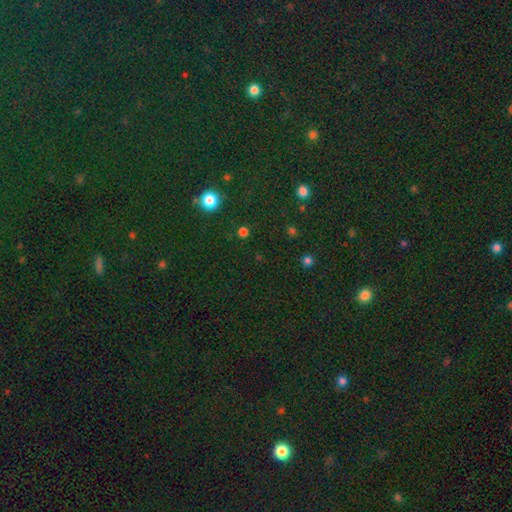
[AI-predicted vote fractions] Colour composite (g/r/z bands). It shows a star or artifact, not a galaxy (69%).